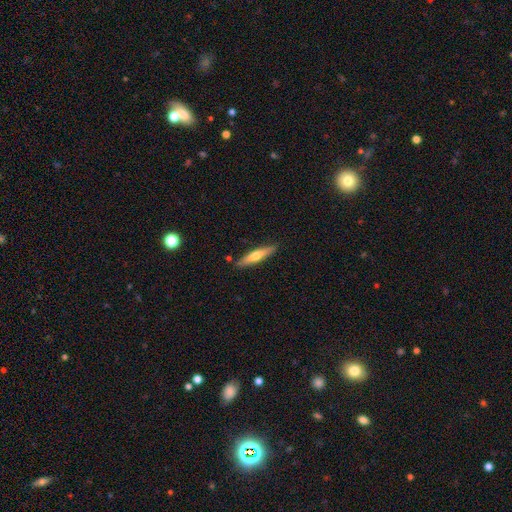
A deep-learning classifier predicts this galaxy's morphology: Smooth or featured: smooth — 53% (featured or disk — 41%)
How rounded: cigar-shaped — 85% (in between — 13%)
Merging: none — 86% (minor disturbance — 9%)